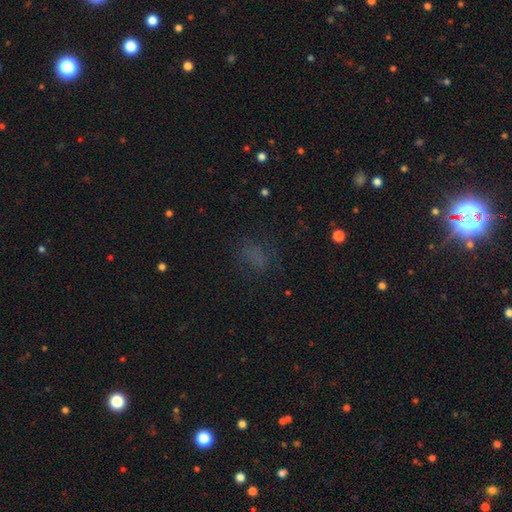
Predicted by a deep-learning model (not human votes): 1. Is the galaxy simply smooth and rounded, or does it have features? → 59% smooth, 27% star or artifact, 14% featured or disk.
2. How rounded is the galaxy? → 64% in between, 31% round, 5% cigar-shaped.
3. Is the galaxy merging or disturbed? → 65% none, 18% minor disturbance, 15% major disturbance, 2% merger.